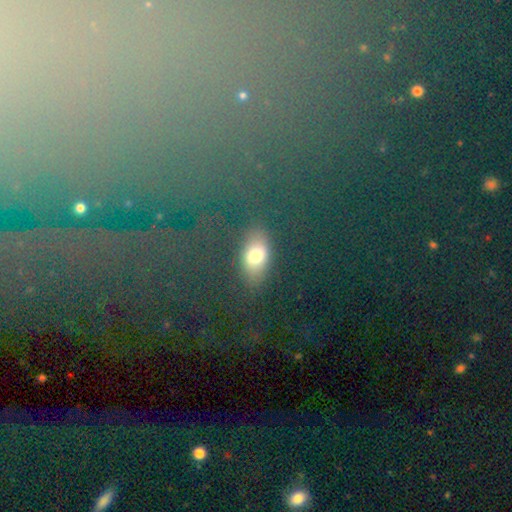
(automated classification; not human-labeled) The model was most divided on "smooth or featured": smooth: 68%, star or artifact: 18%, featured or disk: 14%. More confident: merging — none (80%); how rounded — in between (74%).